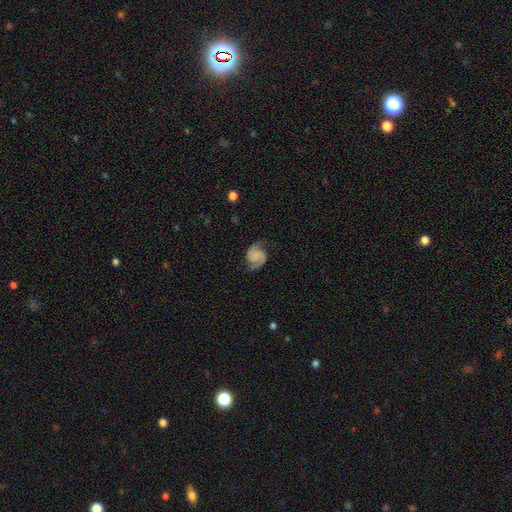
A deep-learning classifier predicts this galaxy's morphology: type=featured or disk (73%); edge-on=no (98%); bar=no (62%); spiral arms=yes (96%); winding=medium (47%); arm count=2 (92%); bulge=none (65%); merging=none (74%).